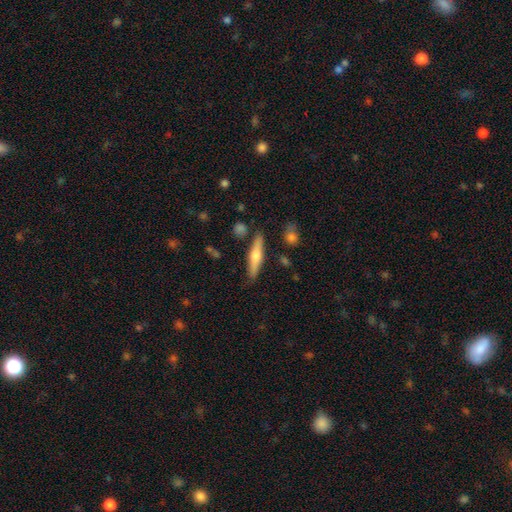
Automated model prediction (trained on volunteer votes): The model was most divided on "smooth or featured": featured or disk: 48%, smooth: 46%, star or artifact: 6%. More confident: merging — none (85%).